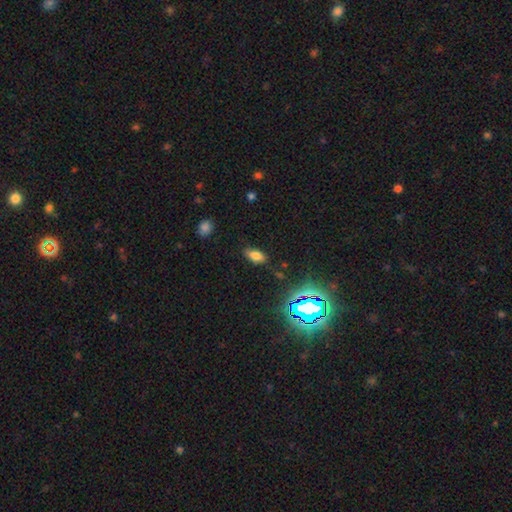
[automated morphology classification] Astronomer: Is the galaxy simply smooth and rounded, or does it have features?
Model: smooth — 72%.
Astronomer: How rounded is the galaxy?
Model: in between — 88%.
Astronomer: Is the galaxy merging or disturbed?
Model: none — 80%.